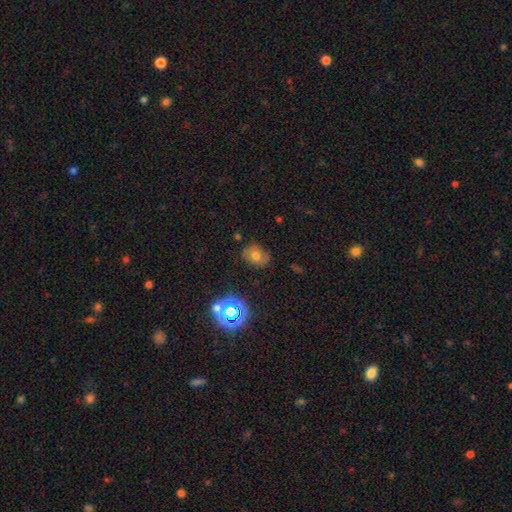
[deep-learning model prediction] This appears to be a smooth galaxy with no disk features (53%) that is in between round and cigar-shaped (52%). Merging: none (74%).